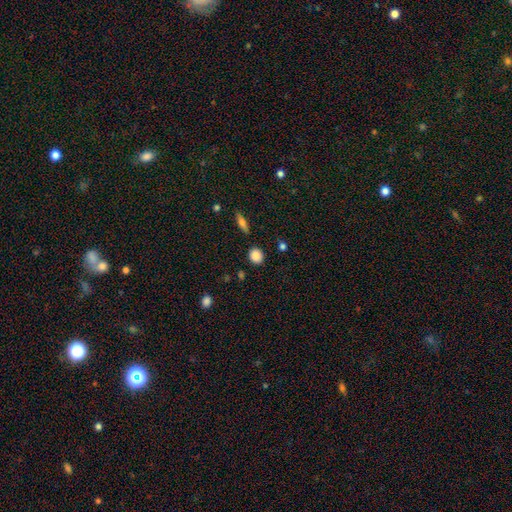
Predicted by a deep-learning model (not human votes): Smooth or featured: smooth — 87% (star or artifact — 9%)
How rounded: round — 77% (in between — 21%)
Merging: none — 87% (minor disturbance — 8%)